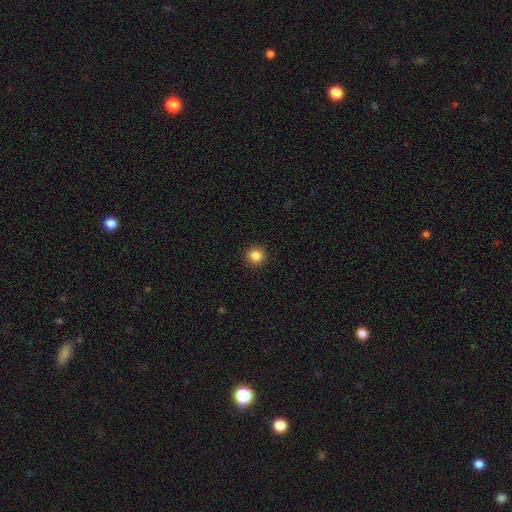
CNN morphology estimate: Overall: smooth (85%). How rounded: round (93%). Merging: none (92%).